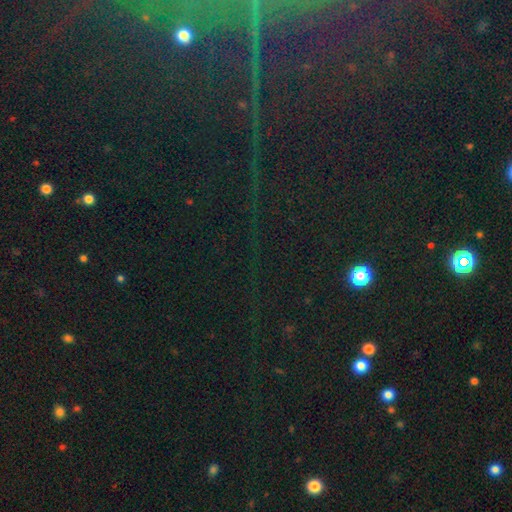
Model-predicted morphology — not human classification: Smooth or featured? star or artifact (83%)